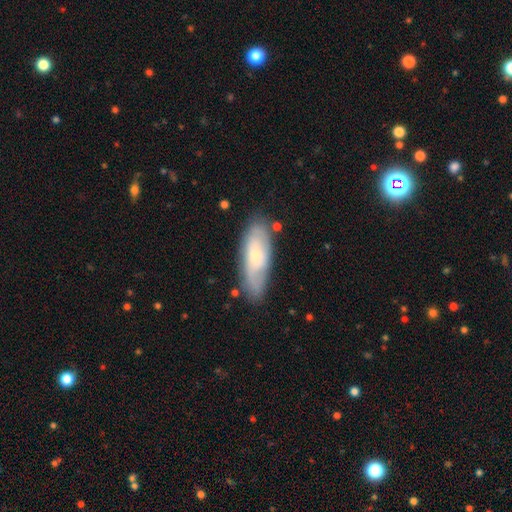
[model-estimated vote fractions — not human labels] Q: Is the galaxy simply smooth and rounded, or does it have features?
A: featured or disk — 51%.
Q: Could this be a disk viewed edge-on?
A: no — 81%.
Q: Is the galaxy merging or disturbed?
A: none — 71%.